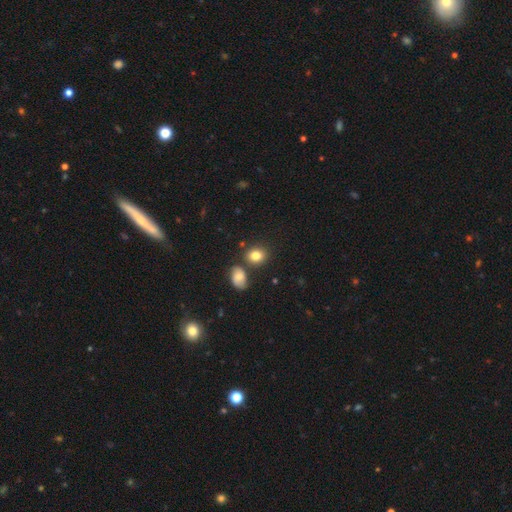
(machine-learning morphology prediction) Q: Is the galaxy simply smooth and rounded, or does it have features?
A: smooth — 82%.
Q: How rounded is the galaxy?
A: round — 52%.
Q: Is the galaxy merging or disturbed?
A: none — 73%.